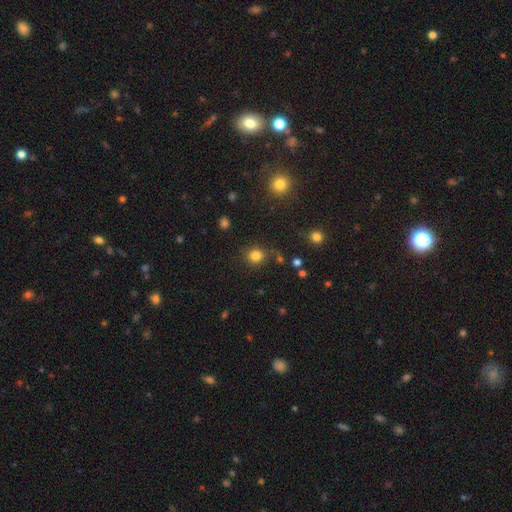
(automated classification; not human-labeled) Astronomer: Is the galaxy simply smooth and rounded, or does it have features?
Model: smooth — 82%.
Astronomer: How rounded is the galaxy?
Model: round — 88%.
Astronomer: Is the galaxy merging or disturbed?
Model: none — 83%.